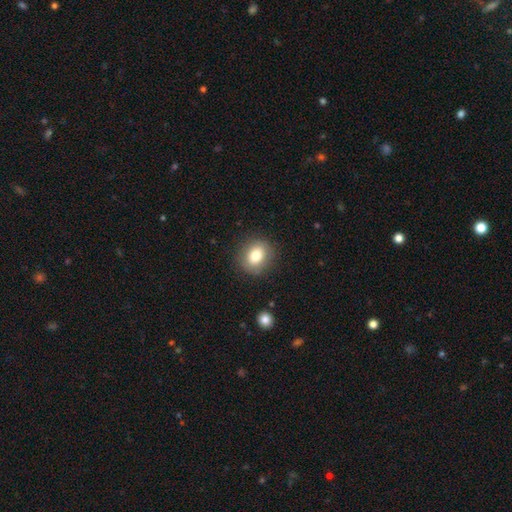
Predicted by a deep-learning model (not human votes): This is likely a smooth galaxy (79%). How rounded: likely round (66%). Merging: clearly none (86%).